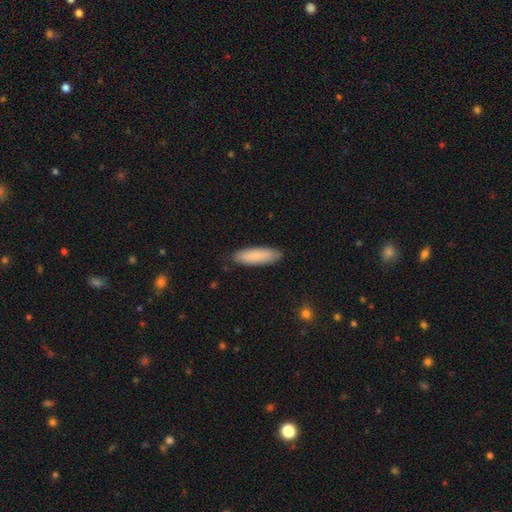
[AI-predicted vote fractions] Smooth or featured? Predicted: smooth (p=0.87). How rounded? Predicted: cigar-shaped (p=0.55). Merging? Predicted: none (p=0.87).